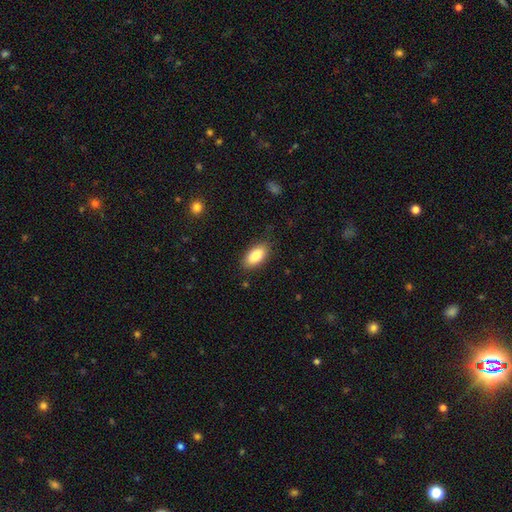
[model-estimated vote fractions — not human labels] This is clearly a smooth galaxy (86%). How rounded: clearly in between (91%). Merging: clearly none (84%).